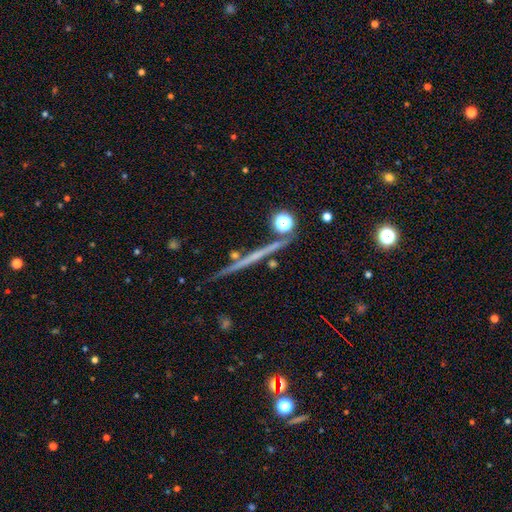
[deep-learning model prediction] Smooth or featured? featured or disk (64%)
Edge-on disk? yes (97%)
Edge-on bulge? none (83%)
Merging? none (88%)